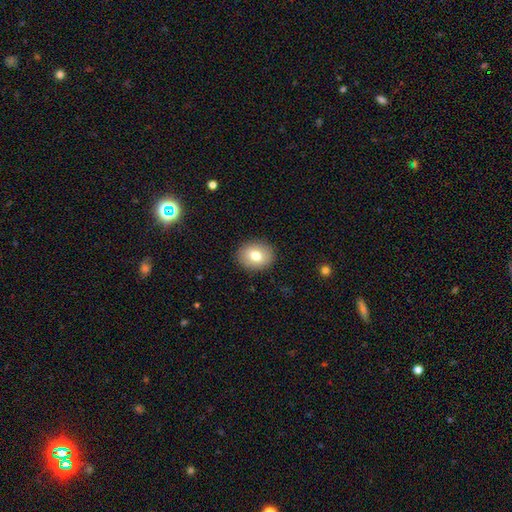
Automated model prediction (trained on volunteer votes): This appears to be a smooth galaxy with no disk features (76%) that is round (56%). Merging: none (90%).